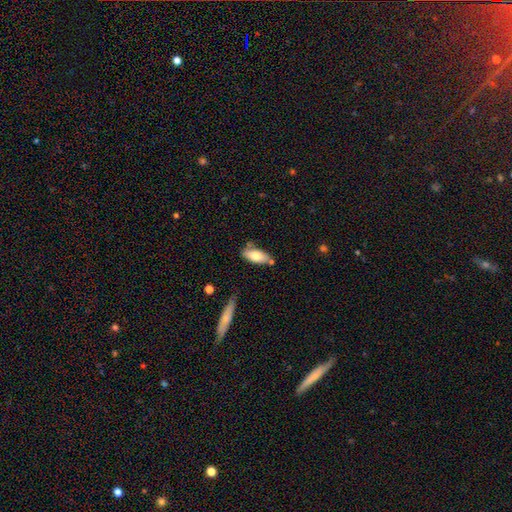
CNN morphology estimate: Q: Smooth or featured?
A: smooth (75%); runner-up: featured or disk (18%)
Q: How rounded?
A: in between (86%); runner-up: cigar-shaped (12%)
Q: Merging?
A: none (69%); runner-up: minor disturbance (18%)